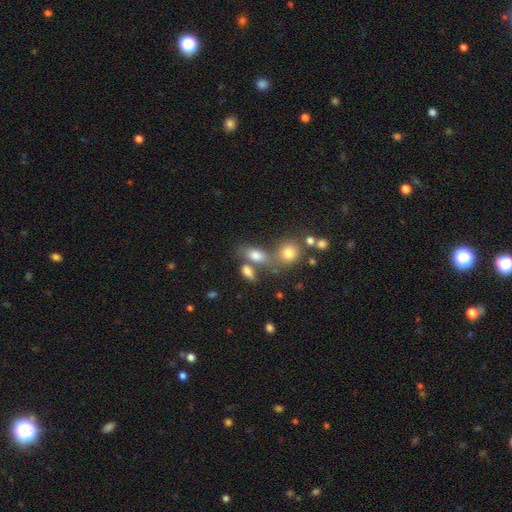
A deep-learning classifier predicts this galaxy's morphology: Overall: smooth (77%). How rounded: in between (80%). Merging: none (46%; merger 35%).